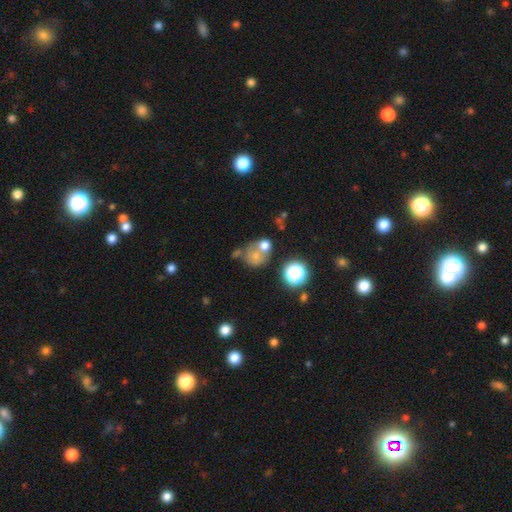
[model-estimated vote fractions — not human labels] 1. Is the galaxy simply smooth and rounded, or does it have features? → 60% smooth, 22% featured or disk, 18% star or artifact.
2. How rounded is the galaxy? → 71% round, 28% in between, 1% cigar-shaped.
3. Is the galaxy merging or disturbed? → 39% merger, 35% none, 14% minor disturbance, 12% major disturbance.